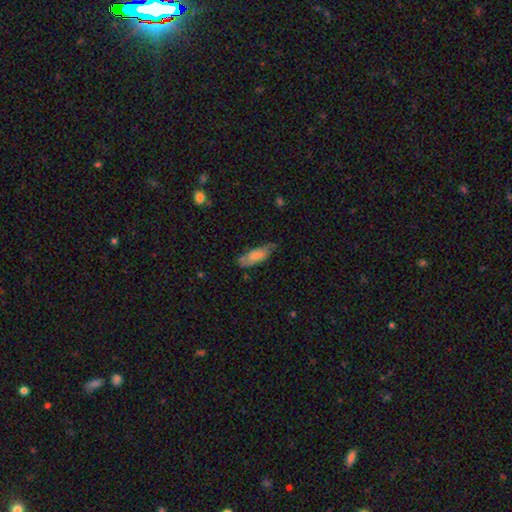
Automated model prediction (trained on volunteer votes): The model was most divided on "merging": none: 57%, minor disturbance: 33%, major disturbance: 8%, merger: 3%. More confident: smooth or featured — smooth (72%); how rounded — in between (66%).